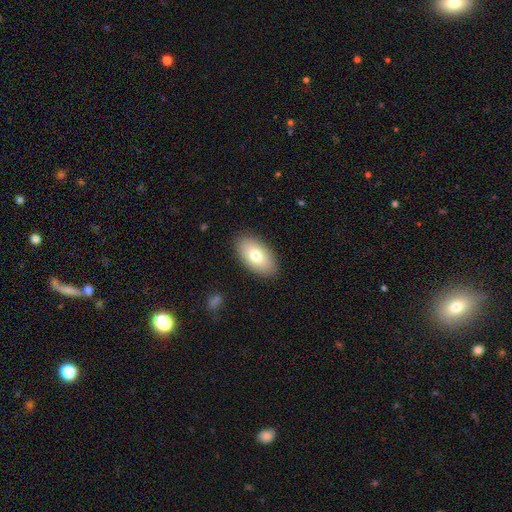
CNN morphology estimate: Smooth or featured: smooth — 76% (featured or disk — 17%)
How rounded: in between — 95% (round — 4%)
Merging: none — 88% (minor disturbance — 9%)